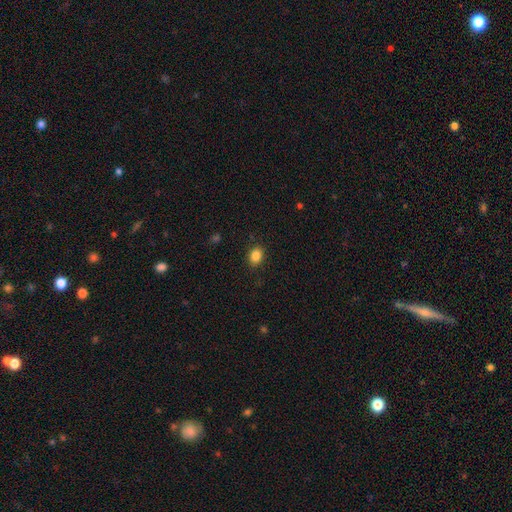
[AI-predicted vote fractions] A smooth galaxy with no disk features (86%) that is in between round and cigar-shaped (60%).

Vote fractions:
- Smooth or featured? smooth: 86% / star or artifact: 10% / featured or disk: 4%
- How rounded? in between: 60% / round: 39% / cigar-shaped: 1%
- Merging? none: 88% / minor disturbance: 9% / major disturbance: 2% / merger: 1%